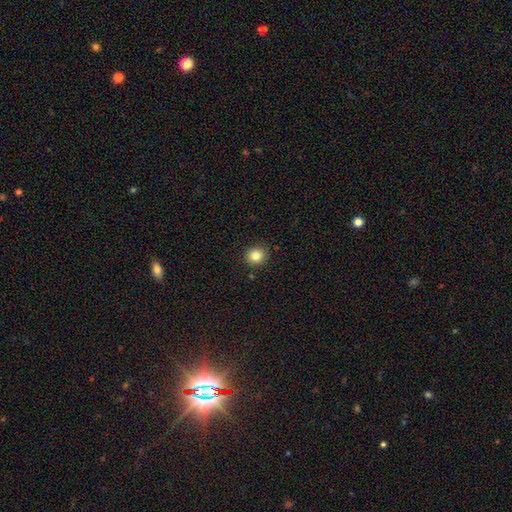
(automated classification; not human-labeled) Smooth or featured? smooth (84%)
How rounded? round (87%)
Merging? none (90%)